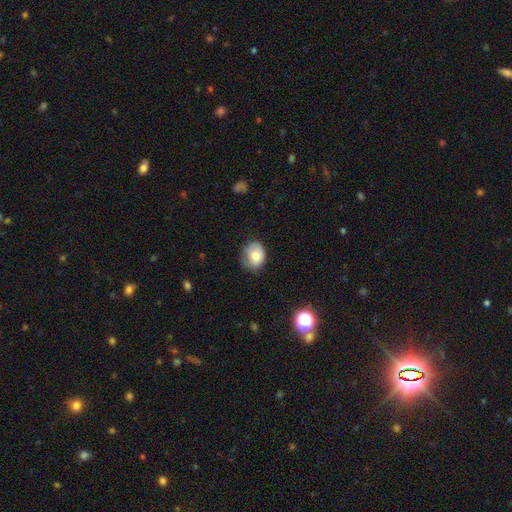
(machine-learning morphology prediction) The model was most divided on "how rounded": round: 57%, in between: 42%, cigar-shaped: 1%. More confident: smooth or featured — smooth (75%); merging — none (60%).